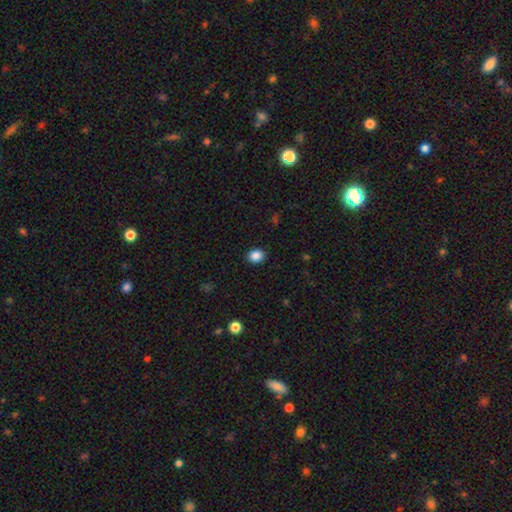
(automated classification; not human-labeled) Q: Smooth or featured?
A: smooth (86%); runner-up: star or artifact (10%)
Q: How rounded?
A: round (64%); runner-up: in between (35%)
Q: Merging?
A: none (91%); runner-up: minor disturbance (6%)